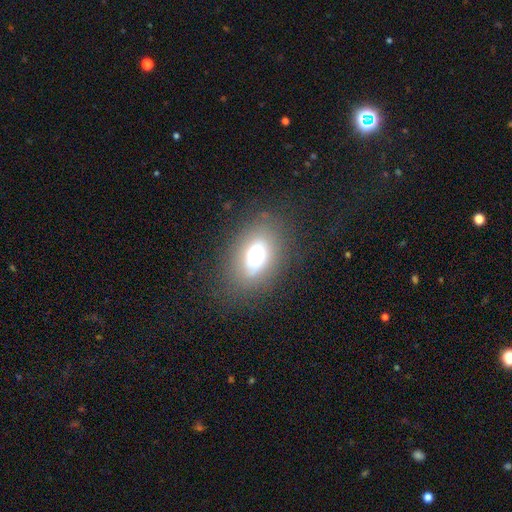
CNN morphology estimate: This is likely a smooth galaxy (63%). How rounded: clearly in between (81%). Merging: likely none (79%).